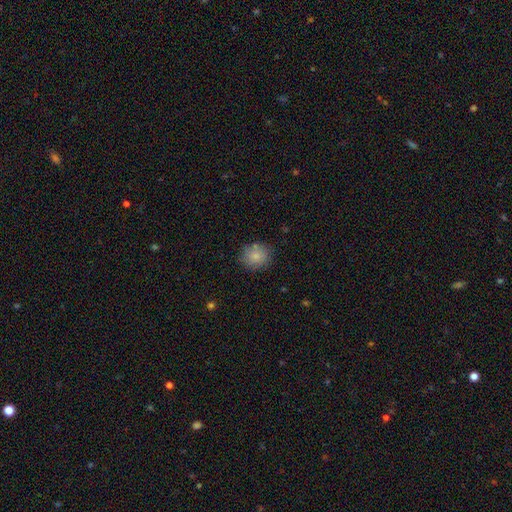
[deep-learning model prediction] A smooth galaxy with no disk features (82%) that is round (80%).

Vote fractions:
- Smooth or featured? smooth: 82% / star or artifact: 9% / featured or disk: 9%
- How rounded? round: 80% / in between: 19% / cigar-shaped: 1%
- Merging? none: 79% / minor disturbance: 13% / merger: 4% / major disturbance: 3%